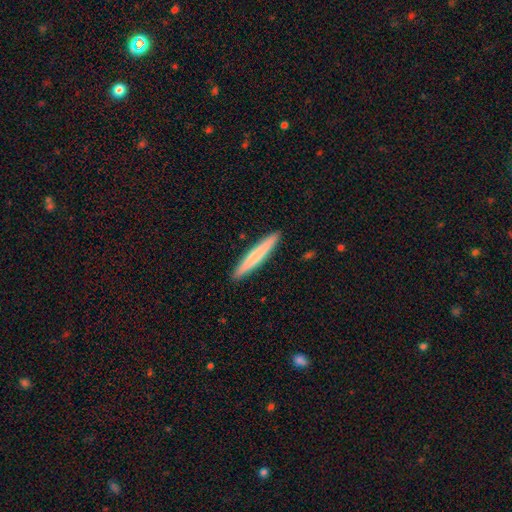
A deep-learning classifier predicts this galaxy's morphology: A smooth galaxy with no disk features (69%) that is cigar-shaped (96%). Merging: none (93%).